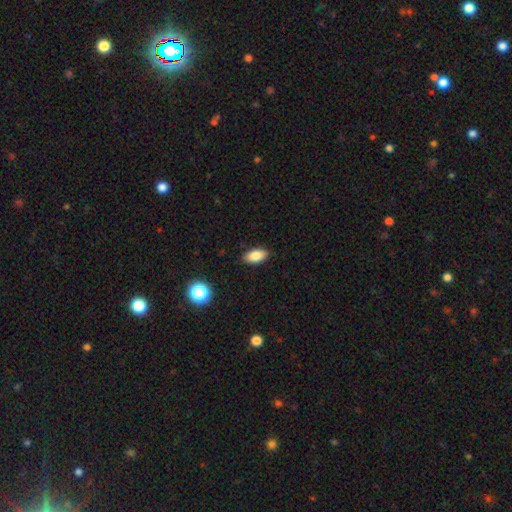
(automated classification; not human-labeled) Smooth or featured? smooth (83%)
How rounded? in between (91%)
Merging? none (88%)